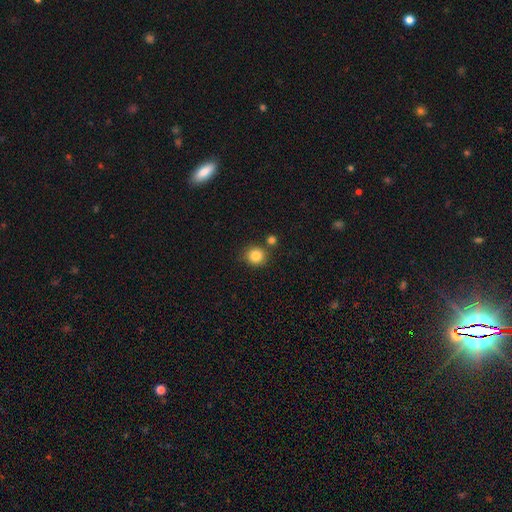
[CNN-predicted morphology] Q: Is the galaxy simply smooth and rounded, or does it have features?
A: smooth — 85%.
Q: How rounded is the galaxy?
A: round — 89%.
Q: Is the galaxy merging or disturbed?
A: none — 79%.